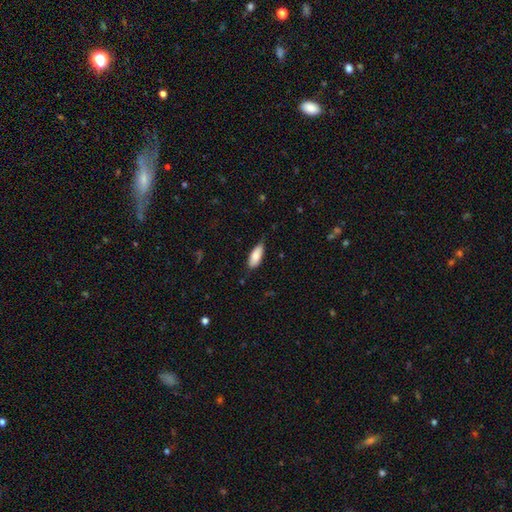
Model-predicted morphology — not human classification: Q: Smooth or featured?
A: smooth (84%); runner-up: featured or disk (10%)
Q: How rounded?
A: in between (79%); runner-up: cigar-shaped (19%)
Q: Merging?
A: none (70%); runner-up: minor disturbance (25%)